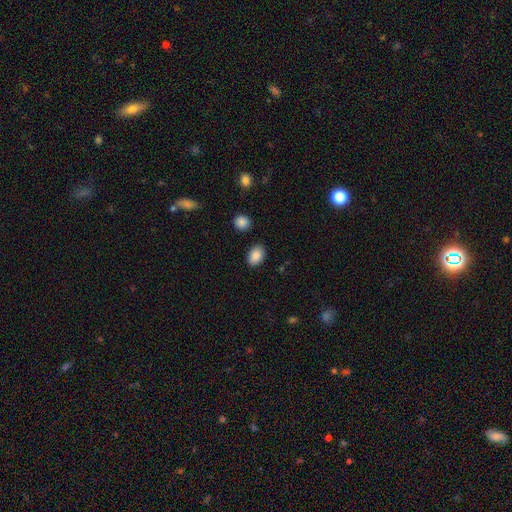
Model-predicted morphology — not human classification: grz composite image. It shows a smooth galaxy with no disk features (88%) that is in between round and cigar-shaped (82%). Merging: none (85%).